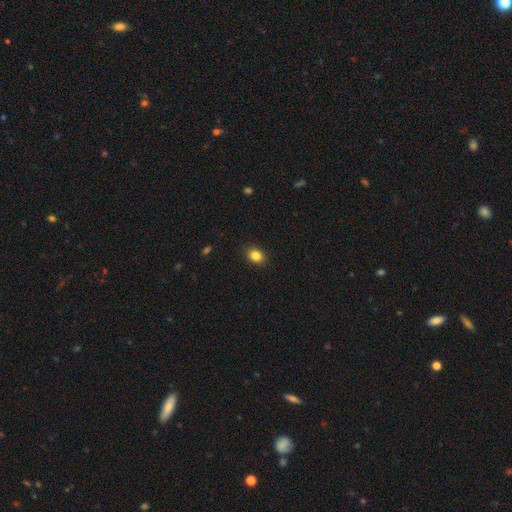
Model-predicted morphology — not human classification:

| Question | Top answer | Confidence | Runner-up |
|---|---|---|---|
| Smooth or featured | smooth | 85% | star or artifact (10%) |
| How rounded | in between | 59% | round (40%) |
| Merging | none | 89% | minor disturbance (8%) |